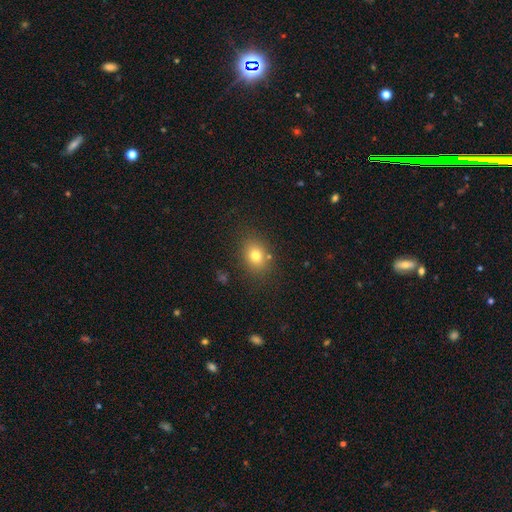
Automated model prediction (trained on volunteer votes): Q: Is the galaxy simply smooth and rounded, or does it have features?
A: smooth — 77%.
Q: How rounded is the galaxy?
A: in between — 54%.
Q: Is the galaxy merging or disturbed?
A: none — 81%.